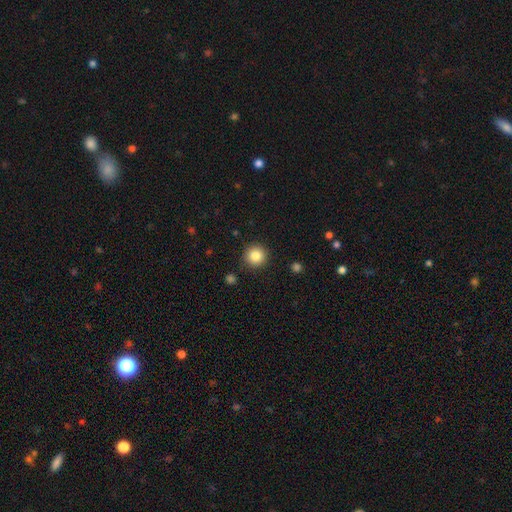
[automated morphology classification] Overall: smooth (84%). How rounded: round (95%). Merging: none (91%).